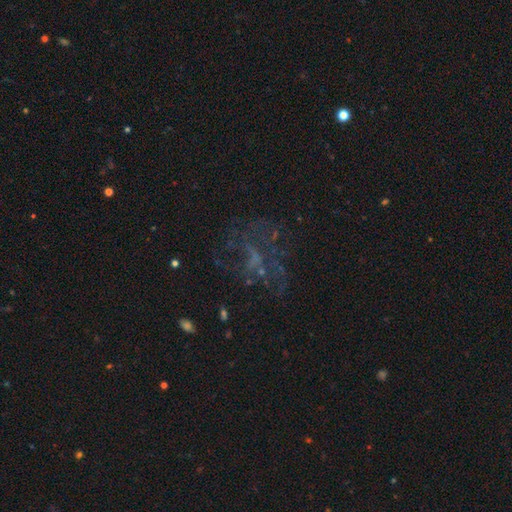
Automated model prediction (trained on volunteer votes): This appears to be a featured or disk galaxy (49%). Merging: none (51%).